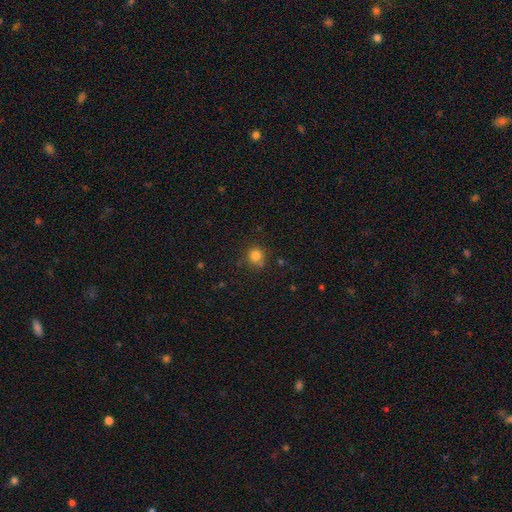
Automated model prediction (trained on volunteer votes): smooth 82%, star or artifact 13%, featured or disk 6%. Down the decision tree: how rounded — round (90%); merging — none (77%).